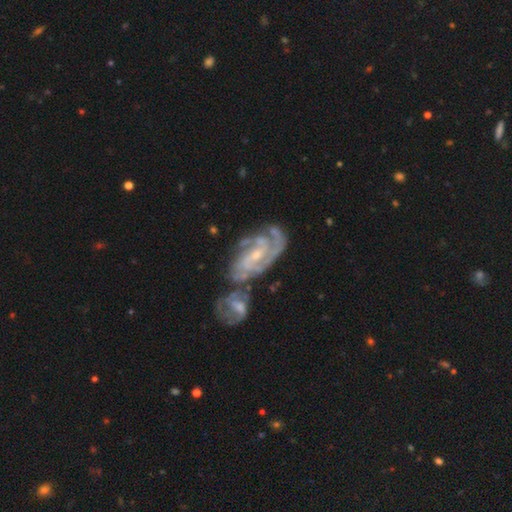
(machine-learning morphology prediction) A featured or disk galaxy (88%) with no bar (43%, tied with weak), 2 (37%) tight (59%) spiral arms (97%) and a small central bulge (64%). Merging: merger (43%).